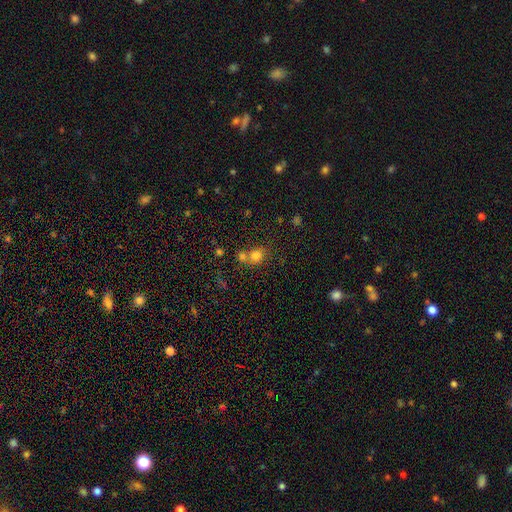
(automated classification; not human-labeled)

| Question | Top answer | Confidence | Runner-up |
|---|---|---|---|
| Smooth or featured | smooth | 78% | star or artifact (14%) |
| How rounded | round | 76% | in between (23%) |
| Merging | none | 48% | merger (41%) |